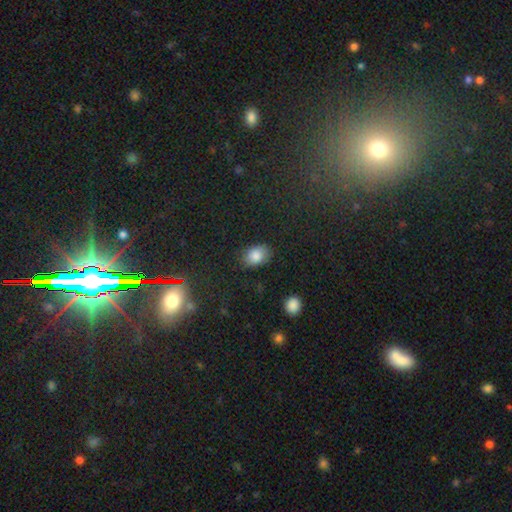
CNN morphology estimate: smooth-or-featured: smooth: 84% | star or artifact: 9% | featured or disk: 7%
  how-rounded: in between: 78% | round: 21% | cigar-shaped: 1%
  merging: none: 81% | minor disturbance: 14% | major disturbance: 4% | merger: 2%